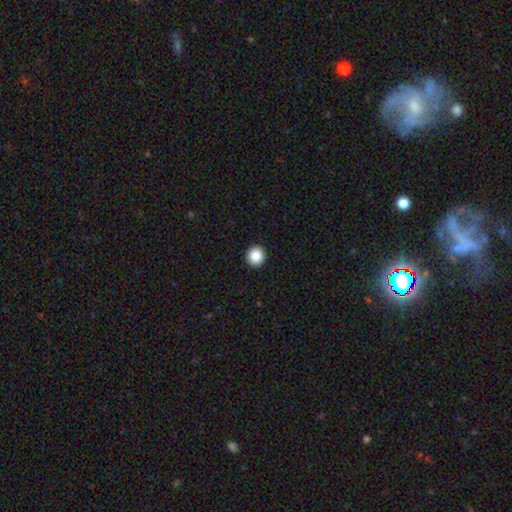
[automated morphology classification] A smooth galaxy with no disk features (88%) that is round (94%). Merging: none (94%).